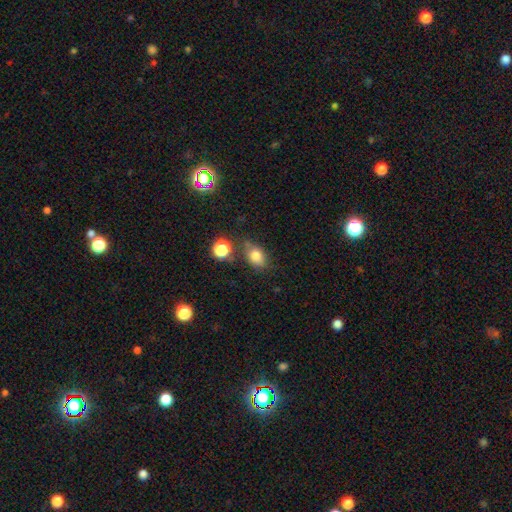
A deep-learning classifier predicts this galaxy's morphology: Overall: smooth (79%). How rounded: in between (70%). Merging: none (67%).